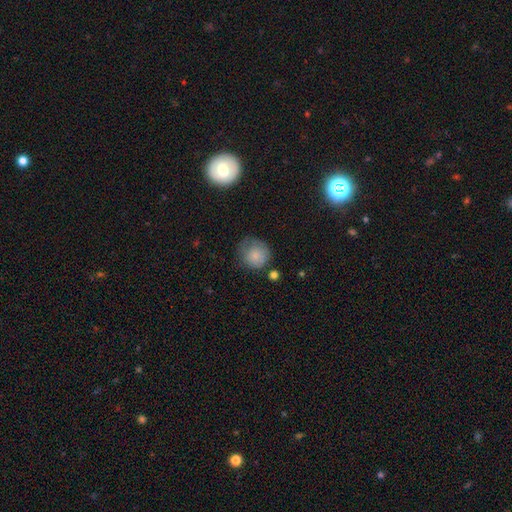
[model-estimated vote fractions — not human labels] Smooth or featured? smooth (82%)
How rounded? round (89%)
Merging? none (55%)